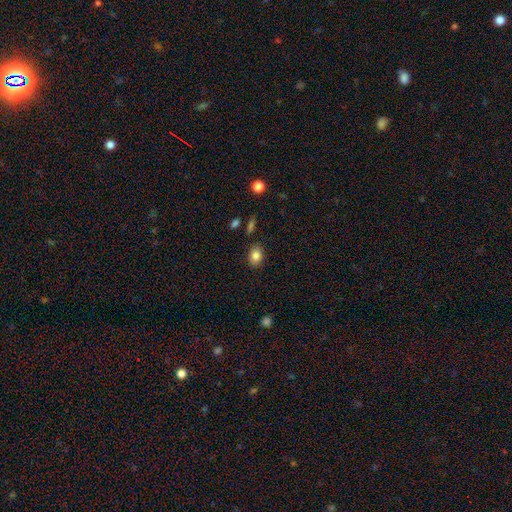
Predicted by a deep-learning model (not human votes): The model was most divided on "how rounded": in between: 56%, round: 43%, cigar-shaped: 1%. More confident: merging — none (86%); smooth or featured — smooth (83%).